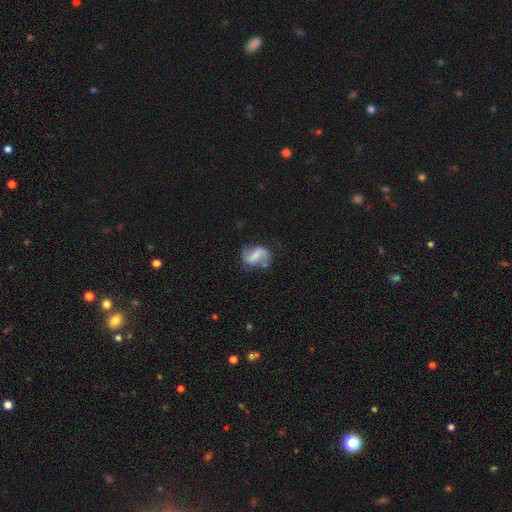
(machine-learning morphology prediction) smooth_or_featured: featured or disk (p=0.66) [alt: smooth p=0.26]
disk_edge_on: no (p=0.97) [alt: yes p=0.03]
bar: weak (p=0.39) [tied with: strong p=0.39]
has_spiral_arms: yes (p=0.86) [alt: no p=0.14]
spiral_winding: loose (p=0.58) [alt: medium p=0.32]
spiral_arm_count: 2 (p=0.86) [alt: can't tell p=0.06]
bulge_size: none (p=0.37) [alt: small p=0.34]
merging: none (p=0.61) [alt: minor disturbance p=0.23]